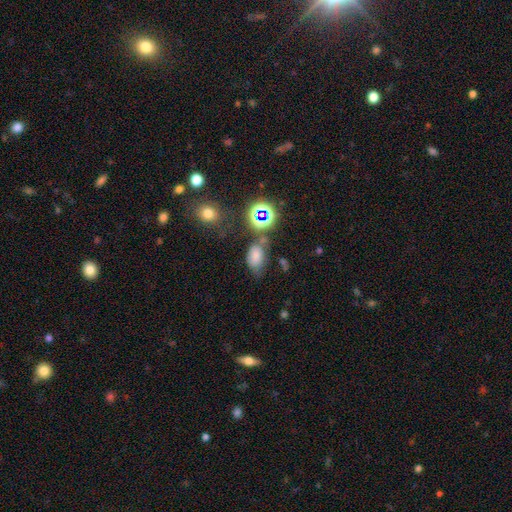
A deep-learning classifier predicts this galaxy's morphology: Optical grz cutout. It shows a smooth galaxy with no disk features (66%) that is in between round and cigar-shaped (83%). Merging: none (52%).